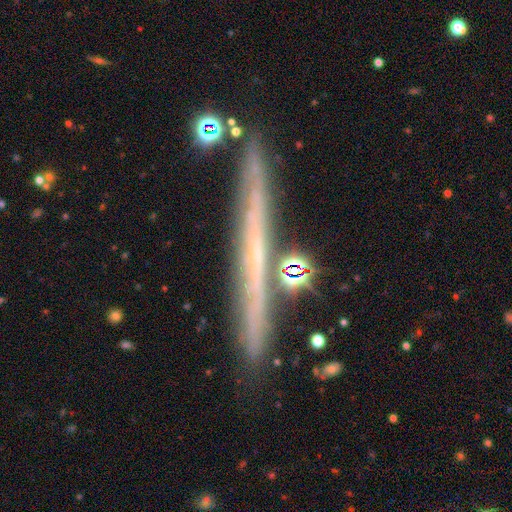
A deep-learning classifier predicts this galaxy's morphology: The model was most divided on "smooth or featured": featured or disk: 64%, smooth: 27%, star or artifact: 9%. More confident: edge-on disk — yes (96%); merging — none (85%); edge-on bulge — none (84%).